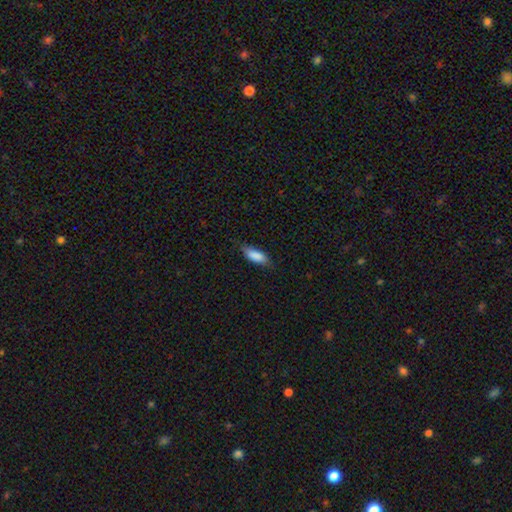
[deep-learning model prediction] Q: Smooth or featured?
A: smooth (87%); runner-up: featured or disk (6%)
Q: How rounded?
A: in between (71%); runner-up: cigar-shaped (27%)
Q: Merging?
A: none (74%); runner-up: minor disturbance (21%)